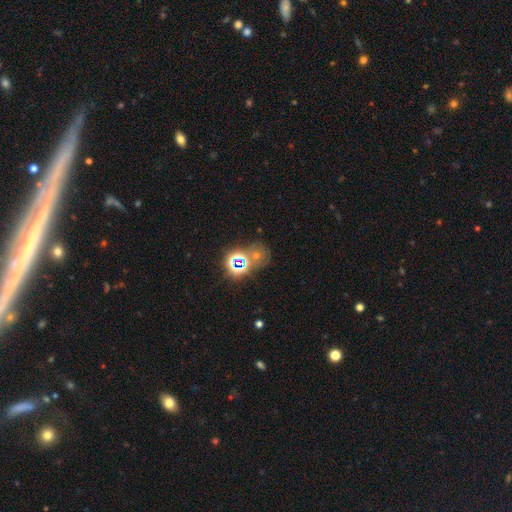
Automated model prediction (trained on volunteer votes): smooth-or-featured: star or artifact: 61% | smooth: 25% | featured or disk: 13%